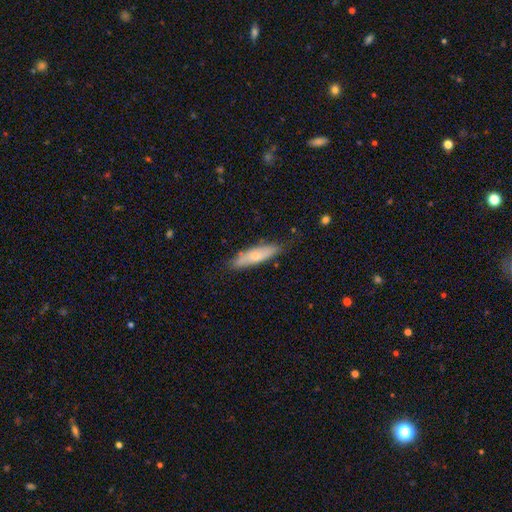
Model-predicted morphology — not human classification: Smooth or featured: smooth — 59% (featured or disk — 35%)
How rounded: cigar-shaped — 62% (in between — 36%)
Merging: none — 79% (minor disturbance — 17%)